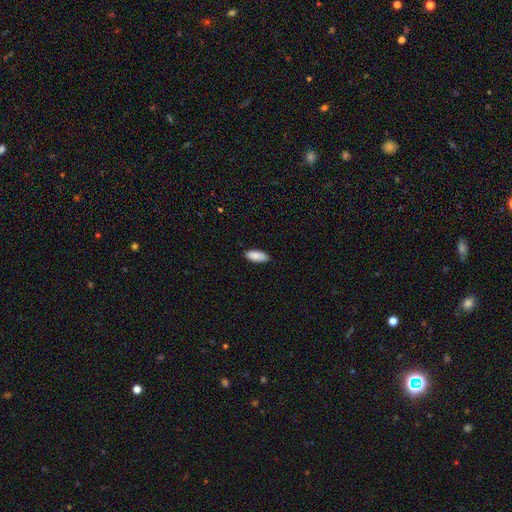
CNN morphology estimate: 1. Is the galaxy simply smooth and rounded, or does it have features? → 89% smooth, 6% star or artifact, 5% featured or disk.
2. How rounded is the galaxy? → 84% in between, 14% cigar-shaped, 2% round.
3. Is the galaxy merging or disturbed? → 85% none, 12% minor disturbance, 2% major disturbance, 1% merger.